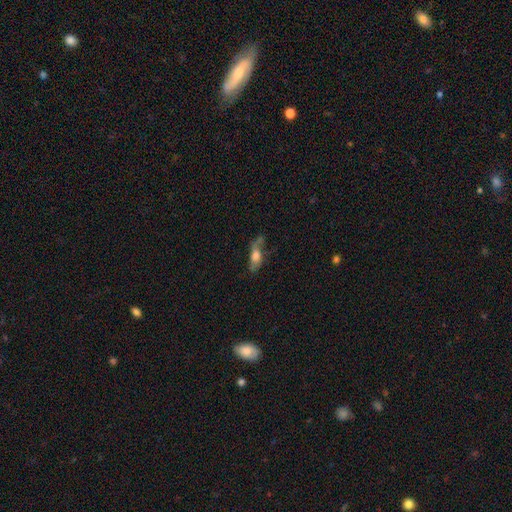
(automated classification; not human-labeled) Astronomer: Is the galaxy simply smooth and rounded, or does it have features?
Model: smooth — 52% (runner-up: featured or disk, 39%).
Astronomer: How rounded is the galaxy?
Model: in between — 65%.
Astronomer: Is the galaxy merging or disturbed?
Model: none — 42% (runner-up: minor disturbance, 27%).